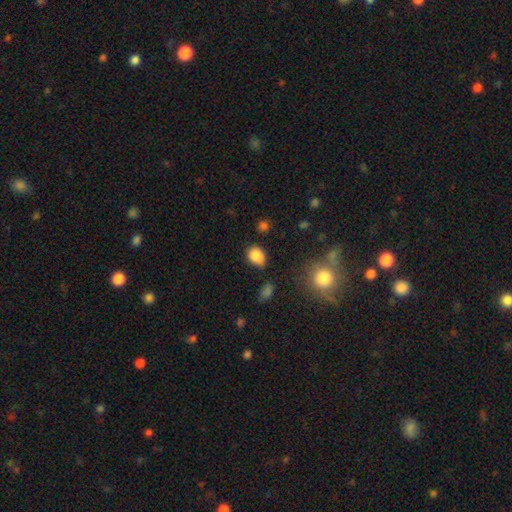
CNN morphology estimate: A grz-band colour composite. It shows a smooth galaxy with no disk features (84%) that is in between round and cigar-shaped (61%). Merging: none (61%).